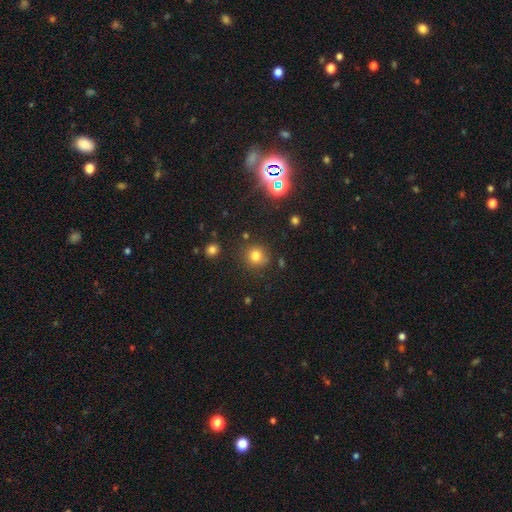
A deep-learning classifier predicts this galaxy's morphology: Smooth or featured: smooth — 76% (star or artifact — 17%)
How rounded: round — 89% (in between — 10%)
Merging: none — 80% (minor disturbance — 12%)